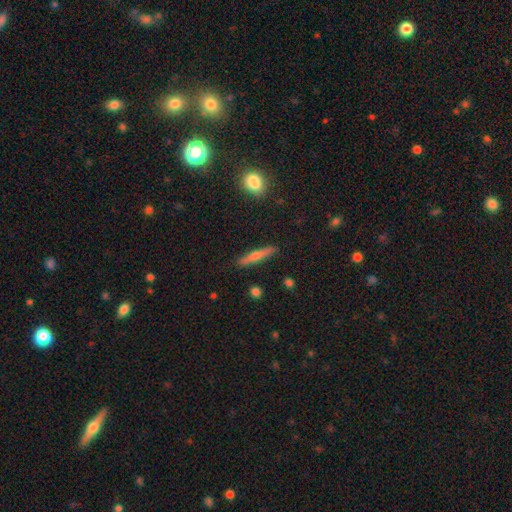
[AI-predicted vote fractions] This appears to be a featured or disk galaxy (48%). Merging: none (90%).